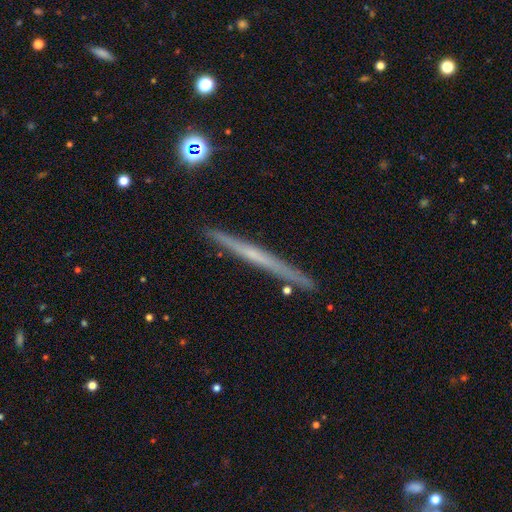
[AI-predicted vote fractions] Morphology: type=featured or disk (65%); edge-on=yes (97%); edge-on bulge=none (76%); merging=none (89%).